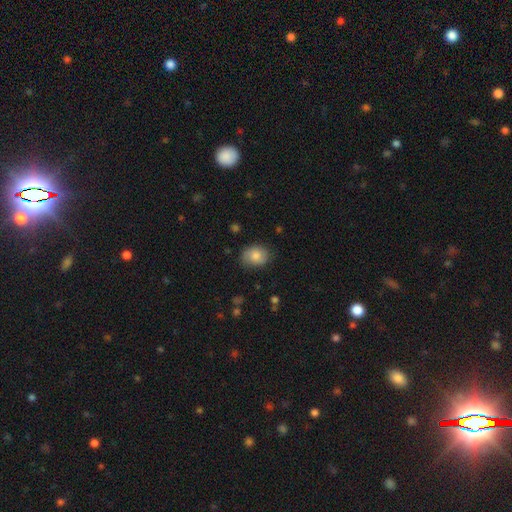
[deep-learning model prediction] smooth 80%, featured or disk 12%, star or artifact 8%. Down the decision tree: how rounded — in between (54%); merging — none (77%).